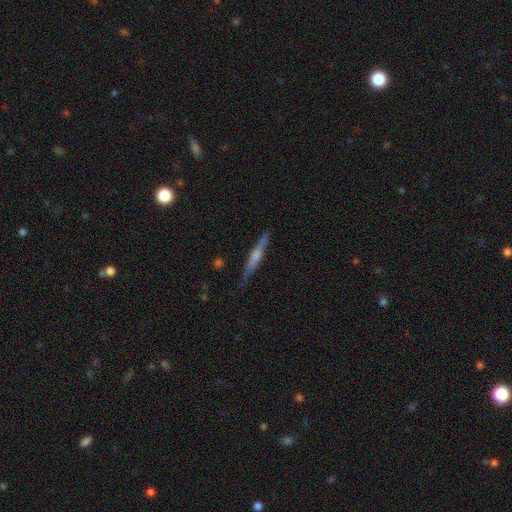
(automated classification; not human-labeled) Q: Smooth or featured?
A: featured or disk (64%); runner-up: smooth (29%)
Q: Edge-on disk?
A: yes (97%); runner-up: no (3%)
Q: Edge-on bulge?
A: rounded (63%); runner-up: none (23%)
Q: Merging?
A: none (86%); runner-up: minor disturbance (11%)